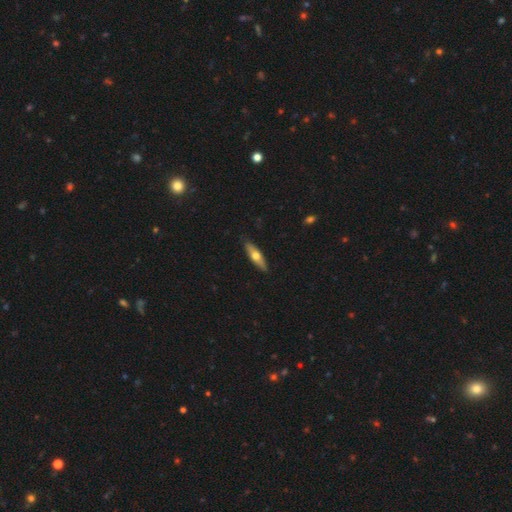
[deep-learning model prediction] A smooth galaxy with no disk features (53%) that is cigar-shaped (61%).

Vote fractions:
- Smooth or featured? smooth: 53% / featured or disk: 42% / star or artifact: 5%
- How rounded? cigar-shaped: 61% / in between: 36% / round: 2%
- Merging? none: 89% / minor disturbance: 9% / major disturbance: 2% / merger: 1%